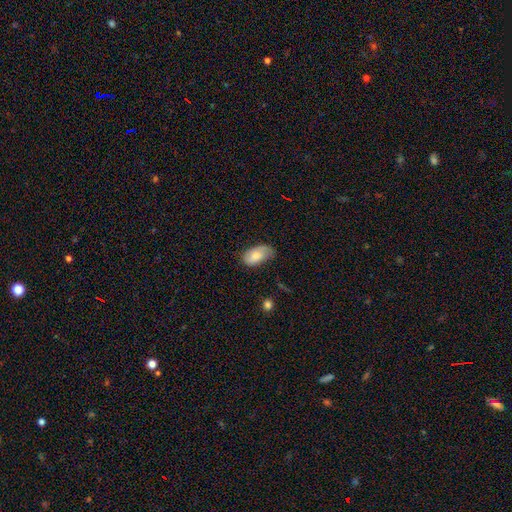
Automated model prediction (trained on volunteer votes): Smooth or featured? Predicted: smooth (p=0.72). How rounded? Predicted: in between (p=0.94). Merging? Predicted: none (p=0.52).